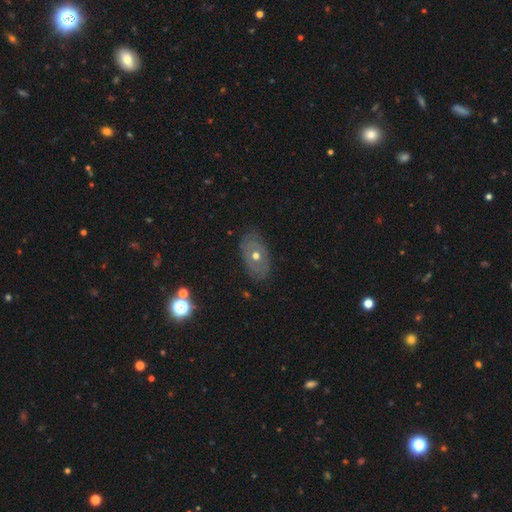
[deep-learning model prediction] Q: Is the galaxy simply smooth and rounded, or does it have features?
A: featured or disk — 58%.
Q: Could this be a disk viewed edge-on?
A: no — 90%.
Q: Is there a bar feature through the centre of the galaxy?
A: no — 90%.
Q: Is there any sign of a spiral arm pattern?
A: no — 62%.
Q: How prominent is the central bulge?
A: moderate — 80%.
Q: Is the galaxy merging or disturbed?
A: none — 77%.